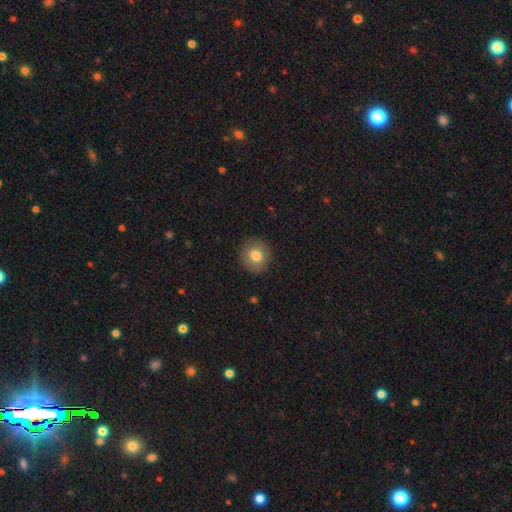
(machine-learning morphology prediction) Smooth or featured? smooth (80%)
How rounded? round (87%)
Merging? none (89%)